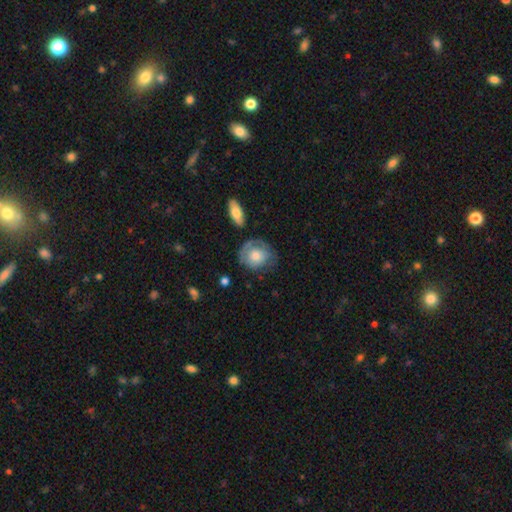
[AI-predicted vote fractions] smooth-or-featured: smooth: 61% | featured or disk: 33% | star or artifact: 6%
  how-rounded: round: 70% | in between: 29% | cigar-shaped: 1%
  merging: none: 55% | minor disturbance: 28% | major disturbance: 14% | merger: 4%